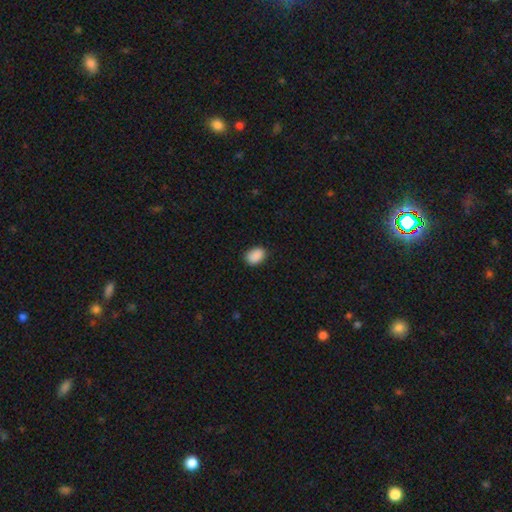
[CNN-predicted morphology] Smooth or featured: smooth — 90% (star or artifact — 8%)
How rounded: in between — 78% (round — 21%)
Merging: none — 85% (minor disturbance — 12%)